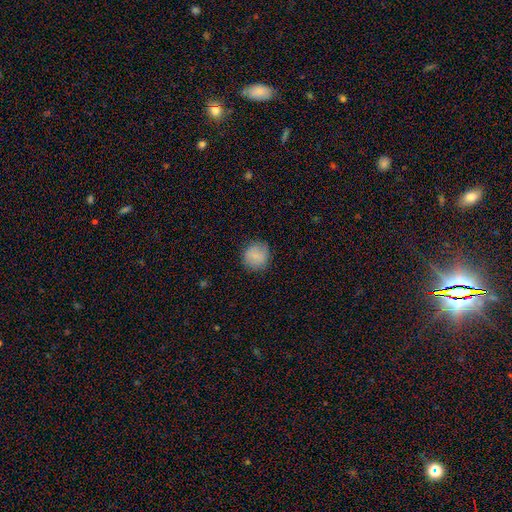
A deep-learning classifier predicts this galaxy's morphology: Smooth or featured?
  - smooth: 85% *
  - star or artifact: 8%
  - featured or disk: 7%
How rounded?
  - round: 91% *
  - in between: 8%
  - cigar-shaped: 1%
Merging?
  - none: 87% *
  - minor disturbance: 9%
  - major disturbance: 3%
  - merger: 1%